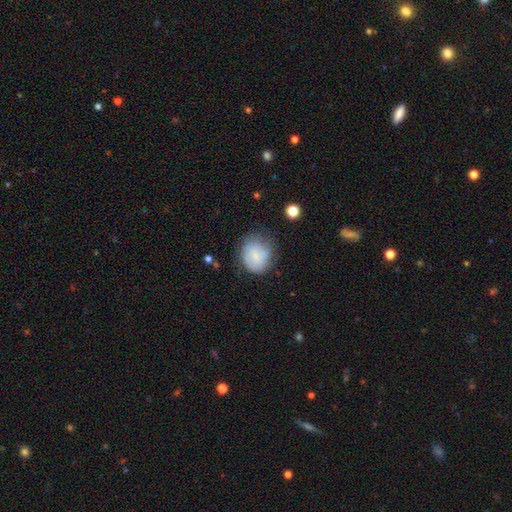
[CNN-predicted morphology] Overall: smooth (70%). How rounded: round (64%; in between 35%). Merging: none (54%; minor disturbance 30%).